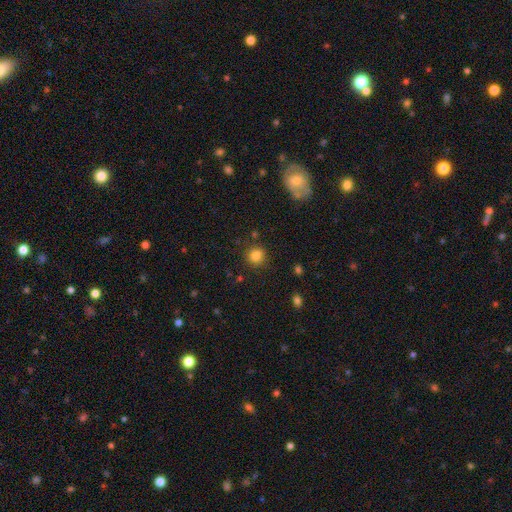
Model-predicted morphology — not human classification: The model was most divided on "how rounded": round: 82%, in between: 17%, cigar-shaped: 1%. More confident: smooth or featured — smooth (82%); merging — none (82%).